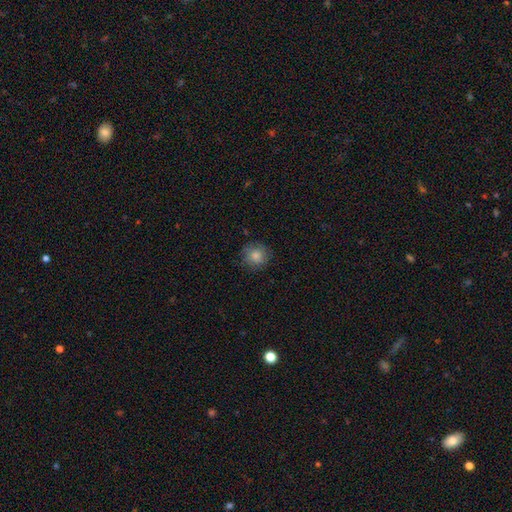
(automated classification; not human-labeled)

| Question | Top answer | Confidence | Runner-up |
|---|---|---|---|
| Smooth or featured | smooth | 81% | featured or disk (10%) |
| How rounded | round | 89% | in between (10%) |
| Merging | none | 81% | minor disturbance (14%) |